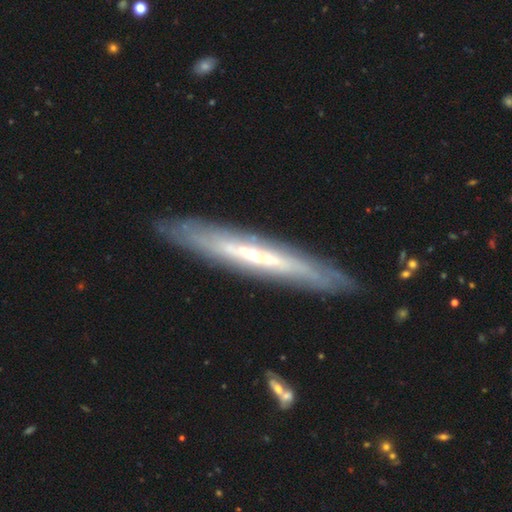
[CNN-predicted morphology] Overall: featured or disk (72%). Edge-on disk: yes (75%). Edge-on bulge: none (60%; rounded 32%). Merging: none (84%).